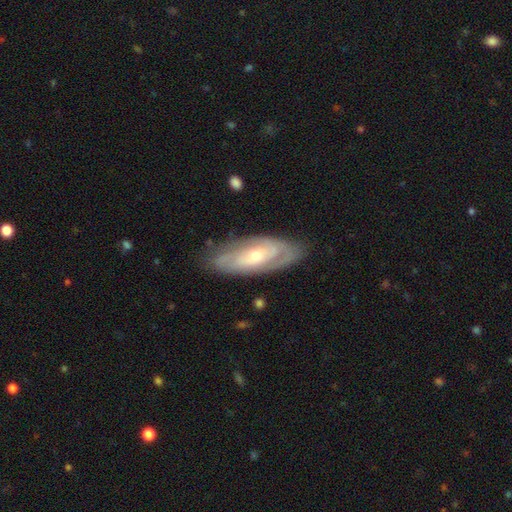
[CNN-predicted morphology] Overall: featured or disk (76%). Edge-on disk: no (87%). Bar: no (61%; weak 29%). Spiral arms: yes (80%). Spiral arm count: 2 (45%; can't tell 38%). Spiral winding: tight (63%; medium 28%). Bulge size: small (50%; moderate 46%). Merging: none (79%).